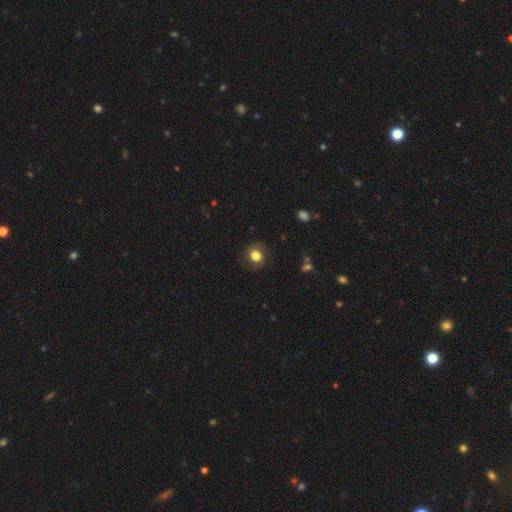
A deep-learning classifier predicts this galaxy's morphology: A smooth galaxy with no disk features (78%) that is round (75%).

Vote fractions:
- Smooth or featured? smooth: 78% / featured or disk: 12% / star or artifact: 10%
- How rounded? round: 75% / in between: 24% / cigar-shaped: 1%
- Merging? none: 83% / minor disturbance: 12% / major disturbance: 5% / merger: 1%